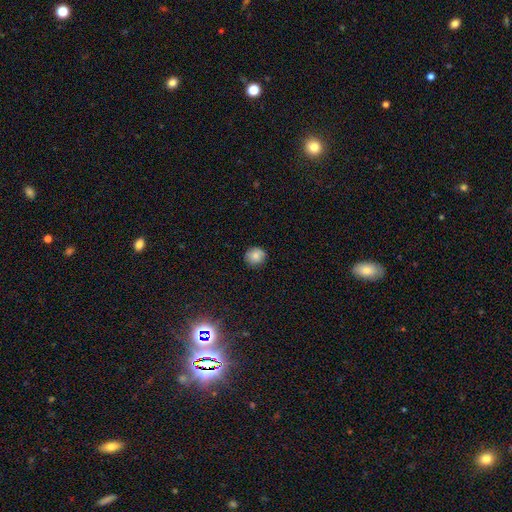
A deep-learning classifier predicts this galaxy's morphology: smooth-or-featured: smooth: 79% | star or artifact: 11% | featured or disk: 10%
  how-rounded: round: 89% | in between: 10% | cigar-shaped: 1%
  merging: none: 86% | minor disturbance: 11% | major disturbance: 2% | merger: 1%